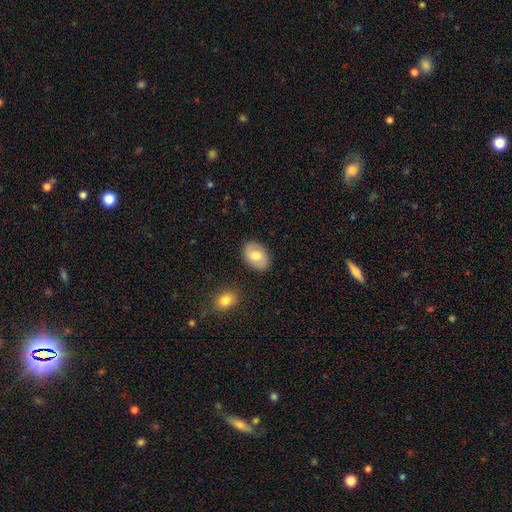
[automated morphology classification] This is likely a smooth galaxy (72%). How rounded: clearly in between (85%). Merging: clearly none (86%).